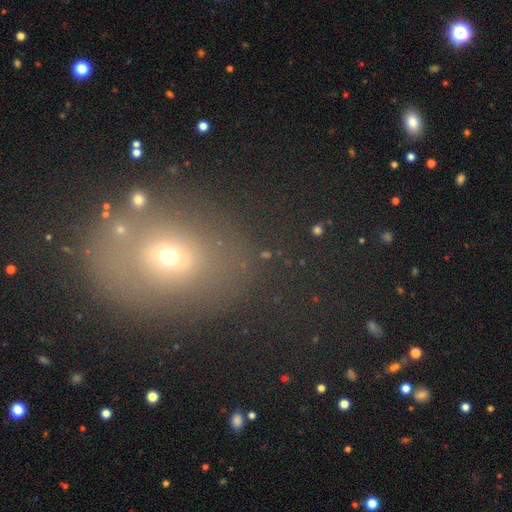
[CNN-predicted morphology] smooth_or_featured: smooth (p=0.56) [alt: star or artifact p=0.28]
how_rounded: in between (p=0.54) [alt: round p=0.45]
merging: none (p=0.71) [alt: minor disturbance p=0.15]